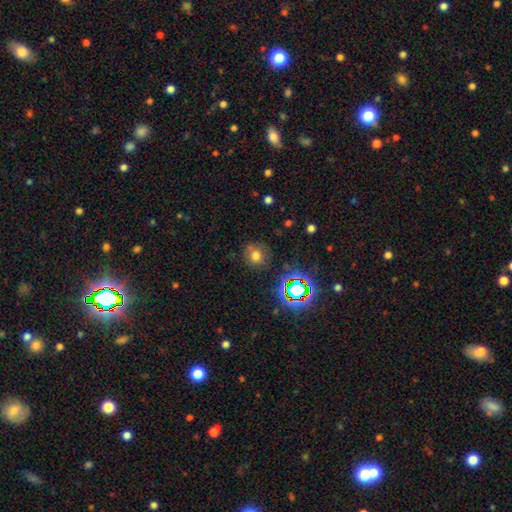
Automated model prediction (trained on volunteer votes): This is likely a smooth galaxy (68%). How rounded: clearly round (87%). Merging: likely none (77%).